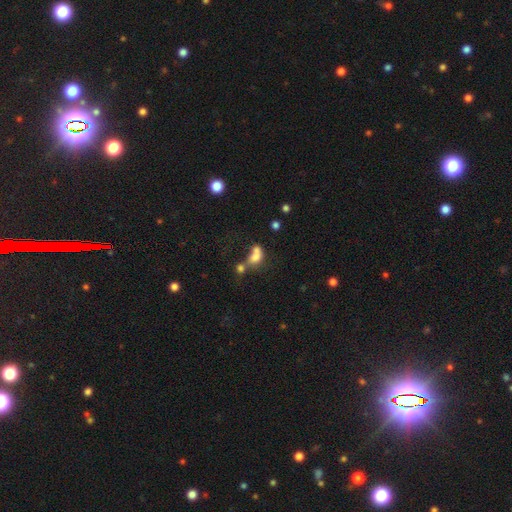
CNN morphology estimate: type=smooth (65%); roundness=in between (69%); merging=merger (59%).